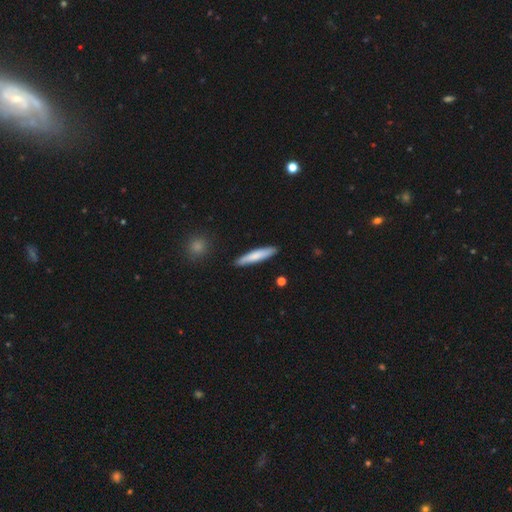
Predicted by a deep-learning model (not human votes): This appears to be a smooth galaxy with no disk features (76%) that is cigar-shaped (88%). Merging: none (89%).